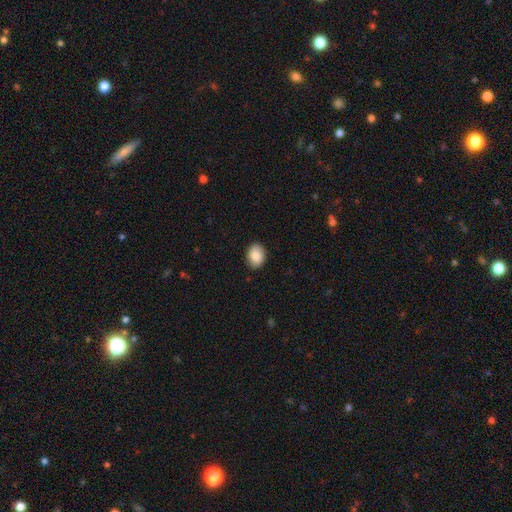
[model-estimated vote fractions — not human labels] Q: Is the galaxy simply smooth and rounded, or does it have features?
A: smooth — 87%.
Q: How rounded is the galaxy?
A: in between — 74%.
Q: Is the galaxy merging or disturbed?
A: none — 88%.